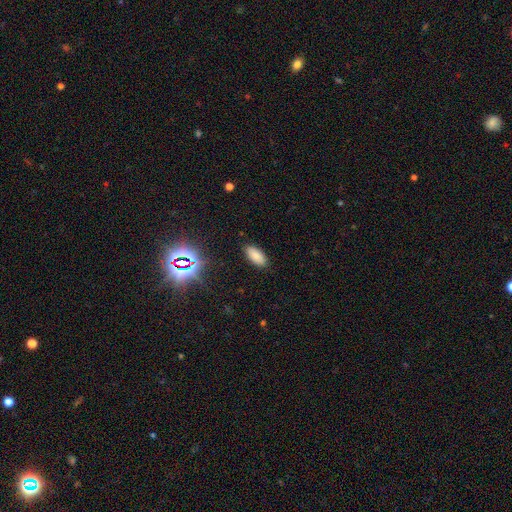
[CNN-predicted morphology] A smooth galaxy with no disk features (81%) that is in between round and cigar-shaped (91%). Merging: none (88%).